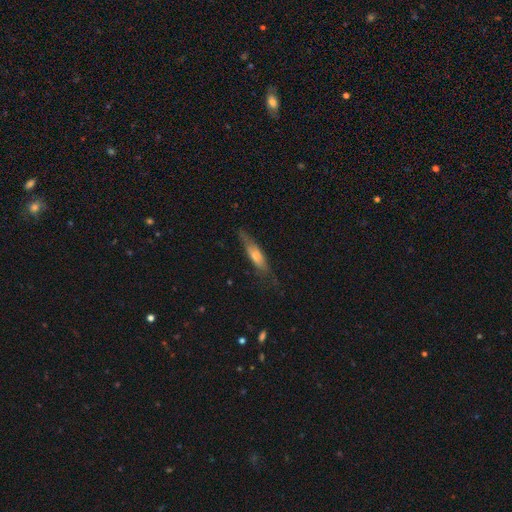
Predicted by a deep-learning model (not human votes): Smooth or featured? smooth (57%)
How rounded? cigar-shaped (66%)
Merging? none (61%)